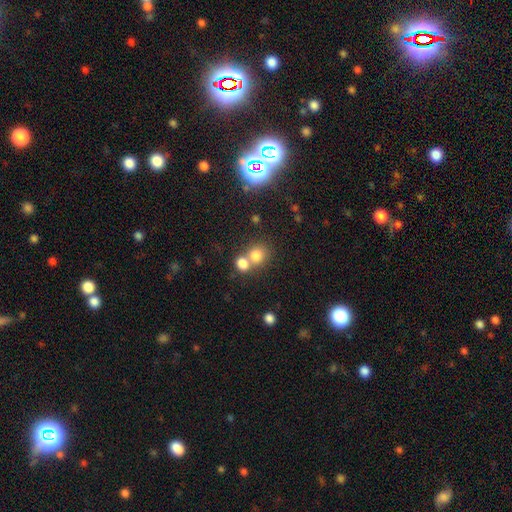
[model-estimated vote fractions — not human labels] This appears to be a smooth galaxy with no disk features (77%) that is round (77%). Merging: merger (47%).